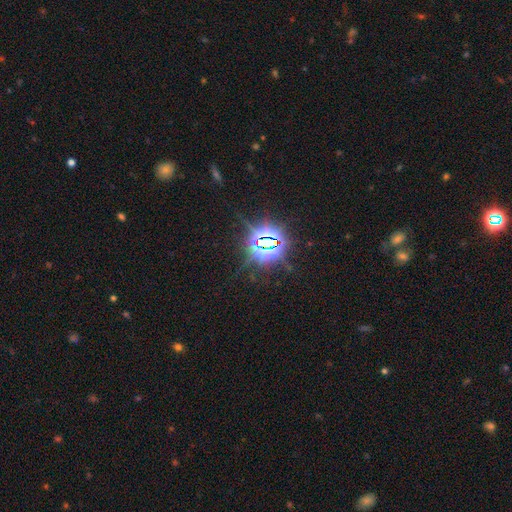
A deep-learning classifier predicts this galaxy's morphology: The model was most divided on "smooth or featured": star or artifact: 84%, smooth: 10%, featured or disk: 6%.